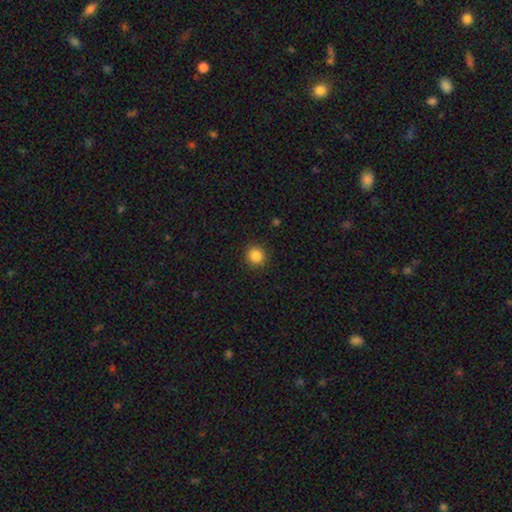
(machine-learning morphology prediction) Overall: smooth (85%). How rounded: round (94%). Merging: none (91%).